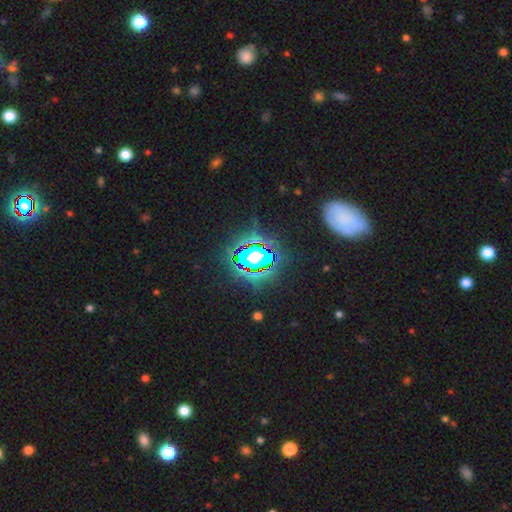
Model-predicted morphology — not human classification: Smooth or featured? star or artifact (65%)